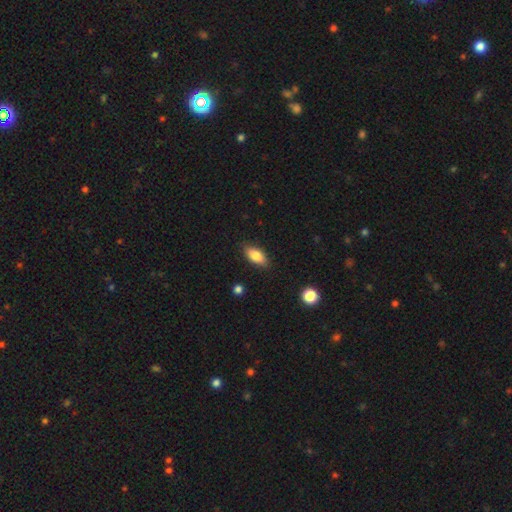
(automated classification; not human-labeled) smooth_or_featured: smooth (p=0.82) [alt: featured or disk p=0.11]
how_rounded: in between (p=0.87) [alt: cigar-shaped p=0.10]
merging: none (p=0.86) [alt: minor disturbance p=0.11]